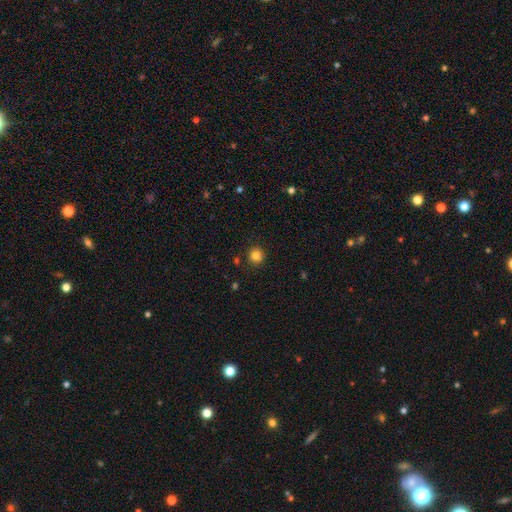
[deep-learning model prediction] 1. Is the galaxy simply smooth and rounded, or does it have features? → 84% smooth, 12% star or artifact, 5% featured or disk.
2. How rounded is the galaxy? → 94% round, 5% in between, 1% cigar-shaped.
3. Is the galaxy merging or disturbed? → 90% none, 6% minor disturbance, 2% major disturbance, 2% merger.